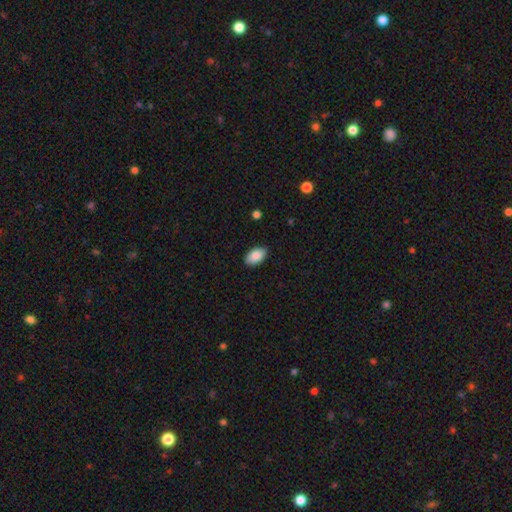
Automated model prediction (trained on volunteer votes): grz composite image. It shows a smooth galaxy with no disk features (88%) that is in between round and cigar-shaped (94%). Merging: none (87%).